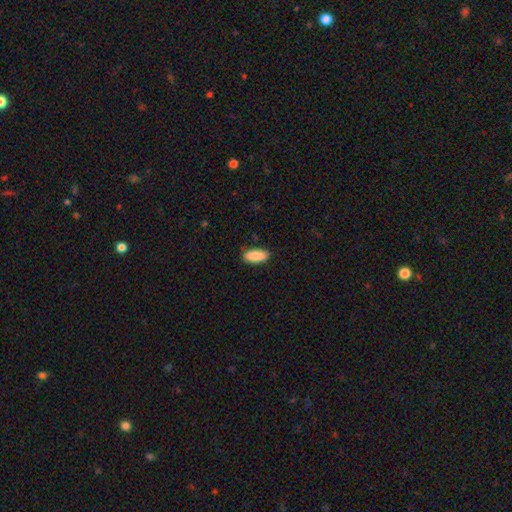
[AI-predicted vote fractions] The model was most divided on "how rounded": in between: 85%, cigar-shaped: 13%, round: 2%. More confident: smooth or featured — smooth (87%); merging — none (86%).